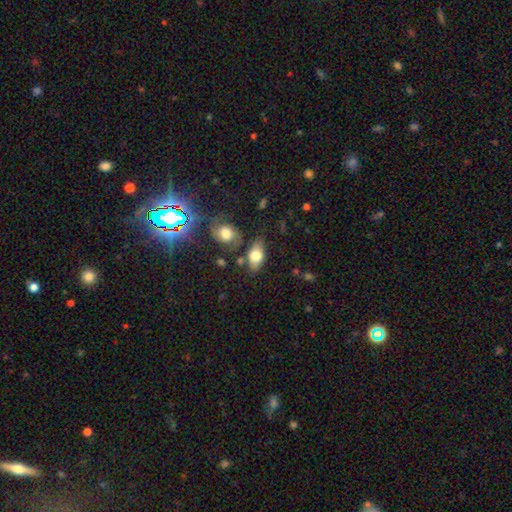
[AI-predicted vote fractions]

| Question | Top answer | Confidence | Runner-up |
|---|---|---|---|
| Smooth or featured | smooth | 76% | featured or disk (16%) |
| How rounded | in between | 89% | round (8%) |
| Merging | none | 66% | minor disturbance (19%) |